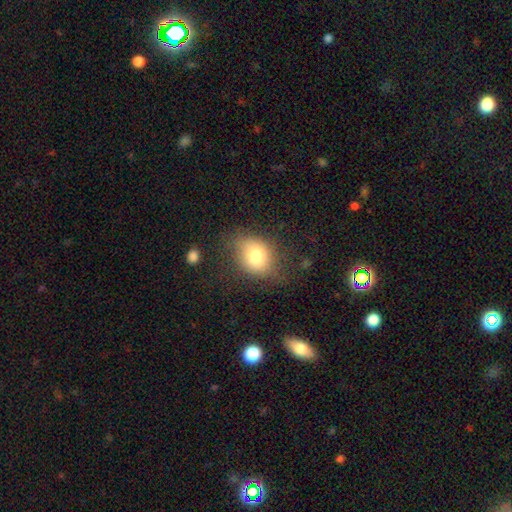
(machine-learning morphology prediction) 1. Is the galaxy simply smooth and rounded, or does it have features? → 76% smooth, 14% featured or disk, 10% star or artifact.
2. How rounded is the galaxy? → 54% in between, 45% round, 1% cigar-shaped.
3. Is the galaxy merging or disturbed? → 69% none, 21% minor disturbance, 9% major disturbance, 2% merger.